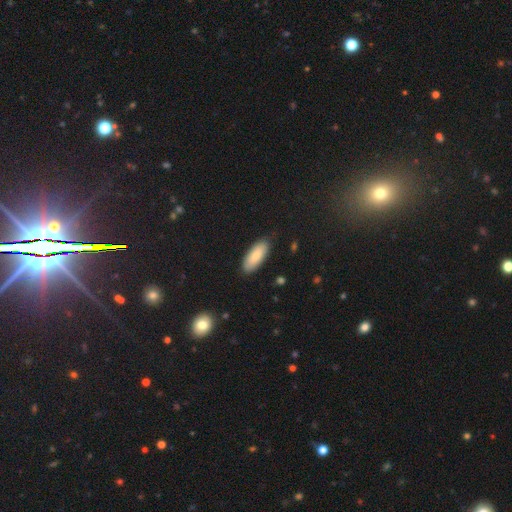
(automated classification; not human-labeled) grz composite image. It shows a smooth galaxy with no disk features (82%) that is in between round and cigar-shaped (80%). Merging: none (83%).